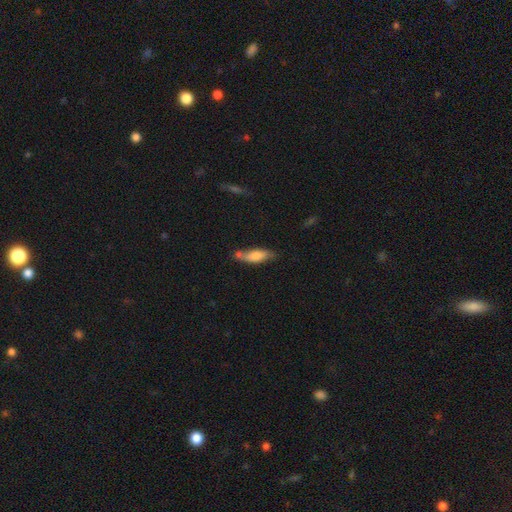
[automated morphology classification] Smooth or featured? smooth (66%)
How rounded? cigar-shaped (52%)
Merging? none (56%)